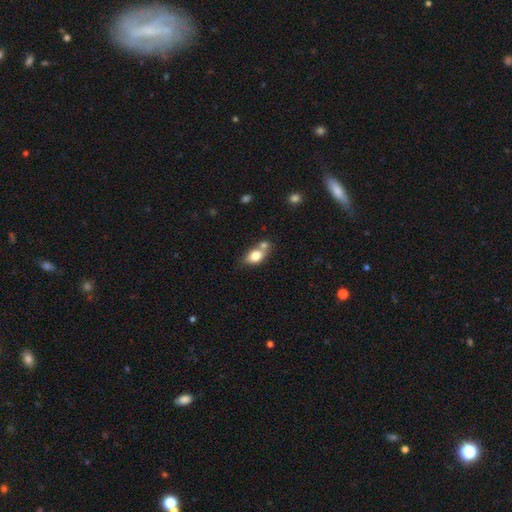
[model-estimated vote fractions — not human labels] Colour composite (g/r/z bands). It shows a smooth galaxy with no disk features (77%) that is in between round and cigar-shaped (79%). Merging: none (43%).